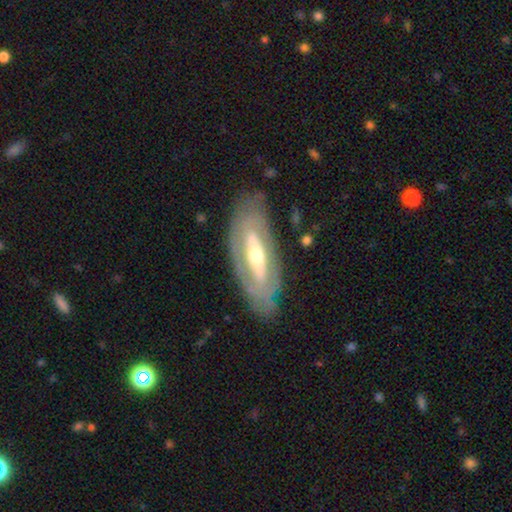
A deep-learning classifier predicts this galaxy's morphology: Q: Smooth or featured?
A: featured or disk (76%); runner-up: smooth (19%)
Q: Edge-on disk?
A: no (82%); runner-up: yes (18%)
Q: Bar?
A: no (41%); runner-up: strong (31%)
Q: Spiral arms?
A: no (52%); runner-up: yes (48%)
Q: Bulge size?
A: moderate (59%); runner-up: small (34%)
Q: Merging?
A: none (79%); runner-up: minor disturbance (14%)